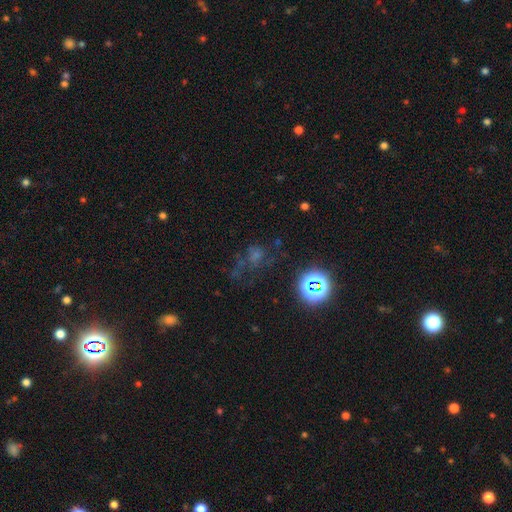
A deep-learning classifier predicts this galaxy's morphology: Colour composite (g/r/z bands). It shows a star or artifact, not a galaxy (46%).